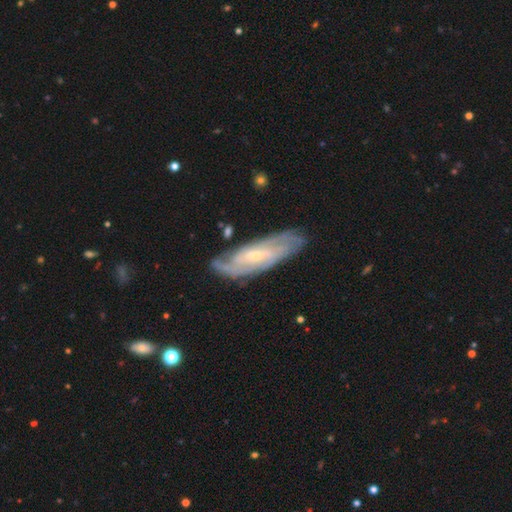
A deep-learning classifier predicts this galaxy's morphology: smooth-or-featured: featured or disk: 80% | smooth: 15% | star or artifact: 6%
  disk-edge-on: no: 83% | yes: 17%
    bar: weak: 45% | no: 38% | strong: 17%
    has-spiral-arms: yes: 93% | no: 7%
      spiral-winding: tight: 57% | medium: 33% | loose: 10%
      spiral-arm-count: can't tell: 40% | 2: 31% | 3: 14% | 4: 8% | 1: 4% | more than 4: 4%
    bulge-size: small: 65% | moderate: 30% | none: 3% | large: 2% | dominant: 1%
  merging: none: 76% | minor disturbance: 17% | major disturbance: 5% | merger: 2%